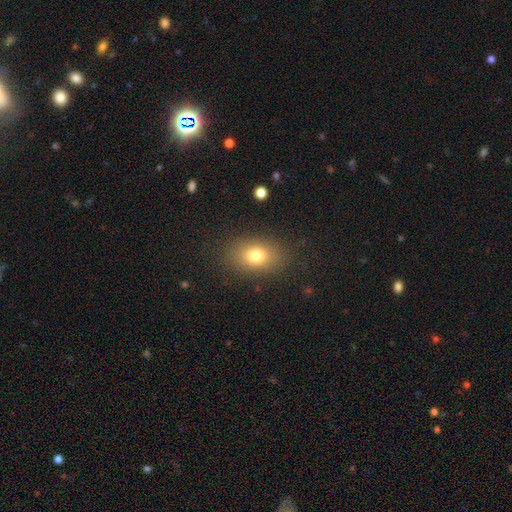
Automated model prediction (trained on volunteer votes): A smooth galaxy with no disk features (77%) that is in between round and cigar-shaped (76%). Merging: none (84%).